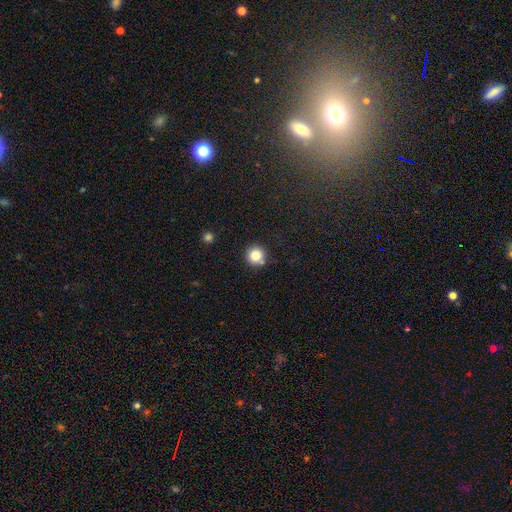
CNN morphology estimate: smooth 82%, star or artifact 11%, featured or disk 6%. Down the decision tree: how rounded — round (95%); merging — none (83%).